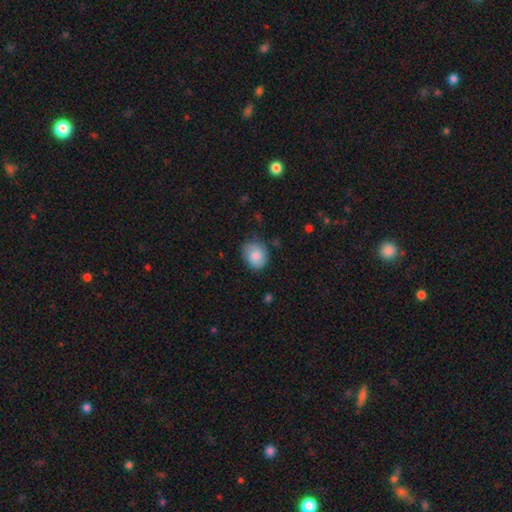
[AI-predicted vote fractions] The model was most divided on "how rounded": round: 54%, in between: 45%, cigar-shaped: 1%. More confident: smooth or featured — smooth (74%); merging — none (69%).